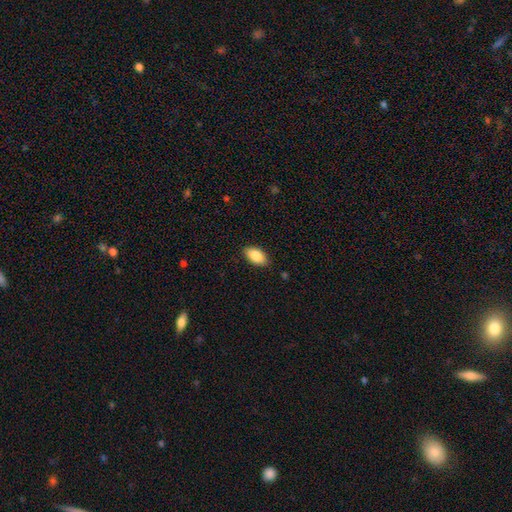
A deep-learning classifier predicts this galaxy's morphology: smooth-or-featured: smooth: 87% | star or artifact: 7% | featured or disk: 6%
  how-rounded: in between: 93% | round: 4% | cigar-shaped: 3%
  merging: none: 86% | minor disturbance: 11% | major disturbance: 2% | merger: 1%